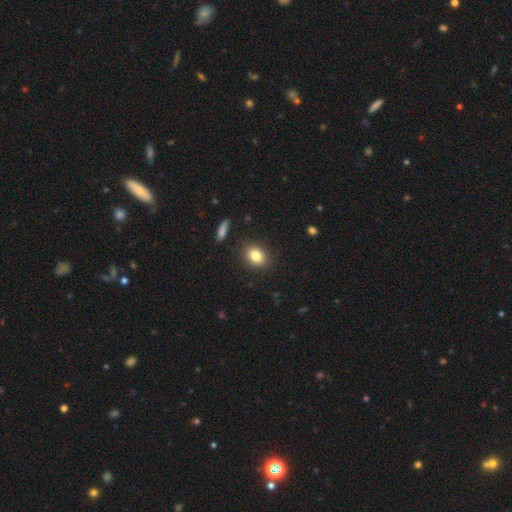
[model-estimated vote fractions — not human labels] smooth 82%, star or artifact 10%, featured or disk 8%. Down the decision tree: how rounded — in between (53%); merging — none (88%).